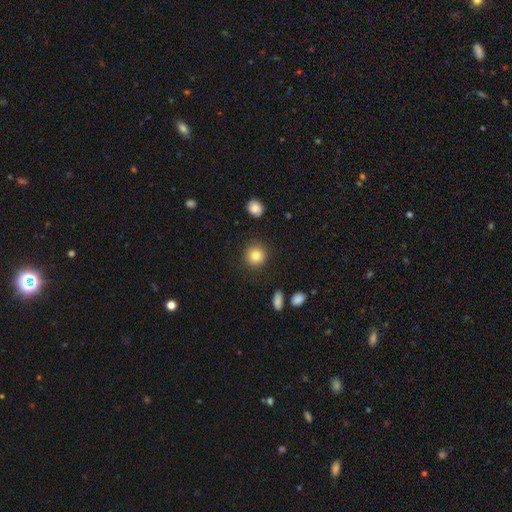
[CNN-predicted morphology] smooth_or_featured: smooth (p=0.82) [alt: star or artifact p=0.10]
how_rounded: round (p=0.93) [alt: in between p=0.06]
merging: none (p=0.89) [alt: minor disturbance p=0.07]